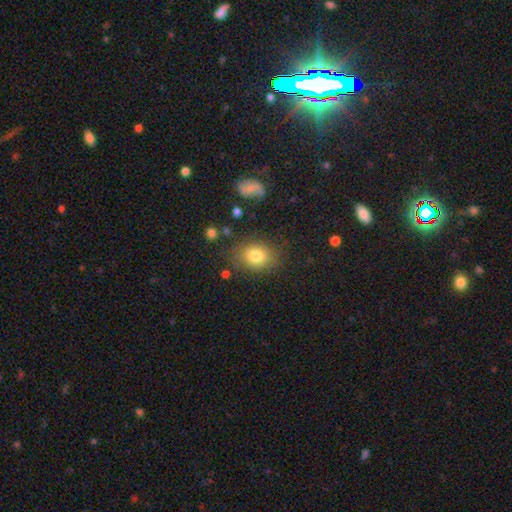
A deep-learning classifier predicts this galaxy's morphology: A smooth galaxy with no disk features (79%) that is in between round and cigar-shaped (51%).

Vote fractions:
- Smooth or featured? smooth: 79% / star or artifact: 11% / featured or disk: 10%
- How rounded? in between: 51% / round: 48% / cigar-shaped: 1%
- Merging? none: 79% / minor disturbance: 14% / major disturbance: 5% / merger: 2%